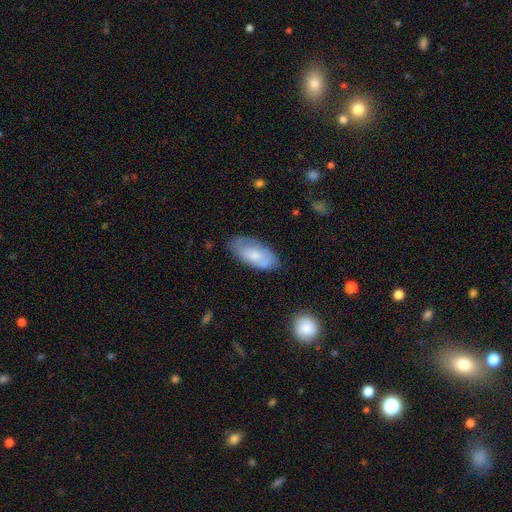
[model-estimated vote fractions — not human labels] This is likely a smooth galaxy (61%). How rounded: clearly in between (91%). Merging: likely none (71%).